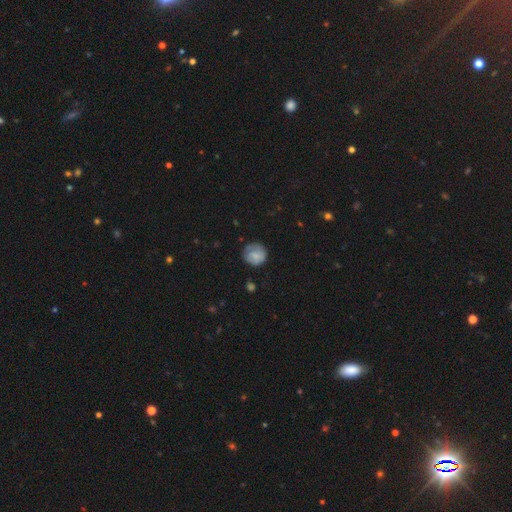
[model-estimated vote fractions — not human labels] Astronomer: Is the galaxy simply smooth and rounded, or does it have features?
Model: smooth — 68%.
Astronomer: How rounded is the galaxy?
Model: round — 88%.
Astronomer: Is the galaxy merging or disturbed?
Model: none — 67%.